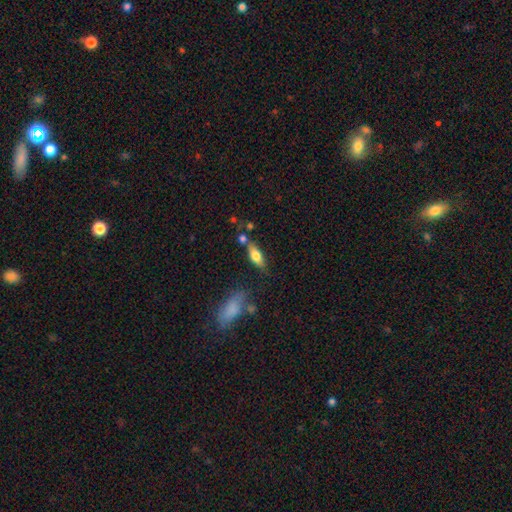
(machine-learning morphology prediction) This appears to be a smooth galaxy with no disk features (69%) that is in between round and cigar-shaped (72%). Merging: none (66%).